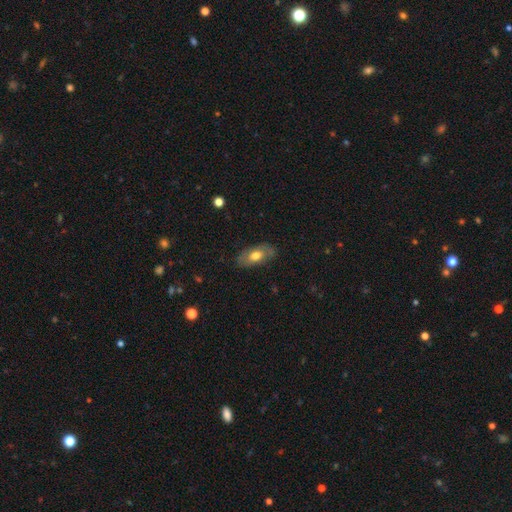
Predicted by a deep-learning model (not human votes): The model was most divided on "smooth or featured": smooth: 55%, featured or disk: 39%, star or artifact: 6%. More confident: how rounded — in between (90%); merging — none (79%).